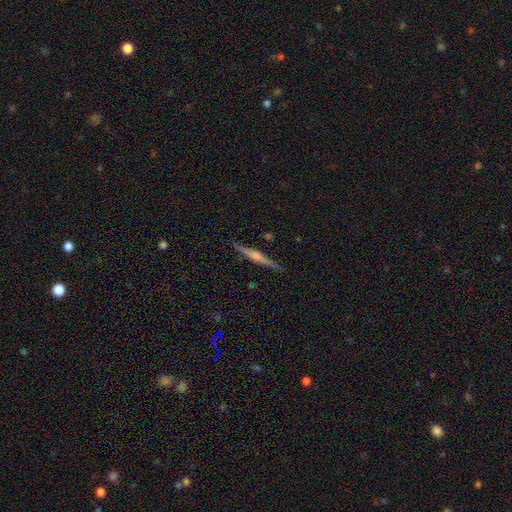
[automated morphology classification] Smooth or featured? Predicted: featured or disk (p=0.78). Edge-on disk? Predicted: yes (p=0.98). Edge-on bulge? Predicted: rounded (p=0.71). Merging? Predicted: none (p=0.92).